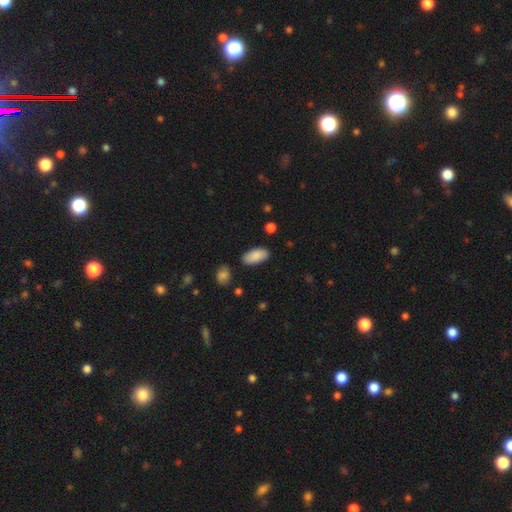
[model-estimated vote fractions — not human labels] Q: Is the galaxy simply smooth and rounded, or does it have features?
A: smooth — 88%.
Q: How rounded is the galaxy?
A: in between — 92%.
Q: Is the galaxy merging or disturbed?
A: none — 83%.